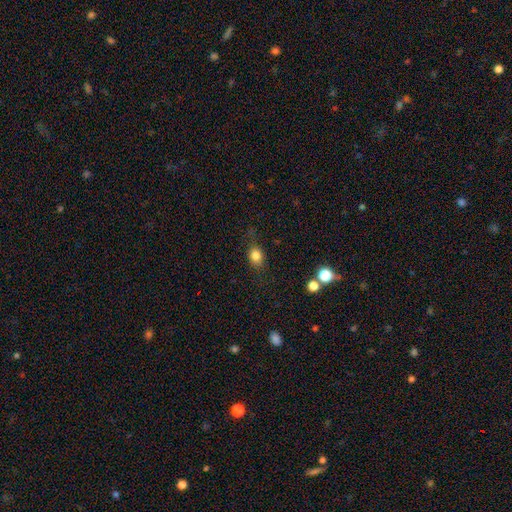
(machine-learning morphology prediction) This appears to be a smooth galaxy with no disk features (81%) that is round (54%). Merging: none (75%).